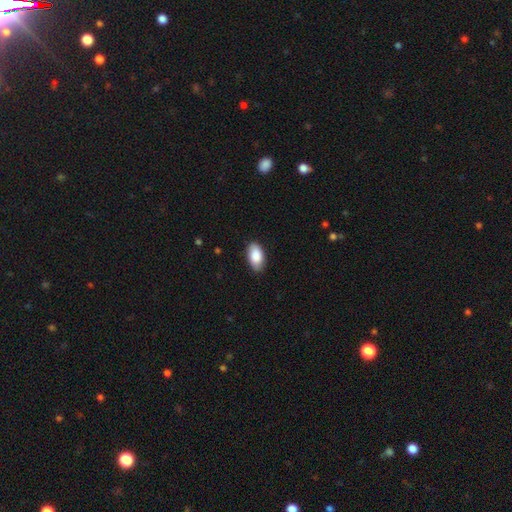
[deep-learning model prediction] Morphology: type=smooth (88%); roundness=in between (95%); merging=none (85%).